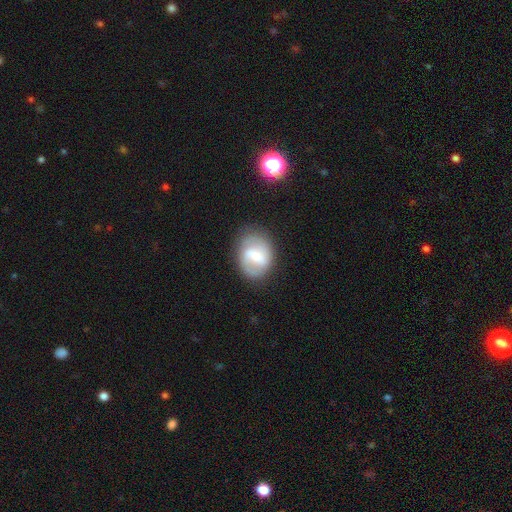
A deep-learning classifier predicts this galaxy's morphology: smooth_or_featured: featured or disk (p=0.60) [alt: smooth p=0.34]
disk_edge_on: no (p=0.97) [alt: yes p=0.03]
bar: weak (p=0.51) [alt: strong p=0.30]
has_spiral_arms: yes (p=0.79) [alt: no p=0.21]
bulge_size: moderate (p=0.41) [alt: small p=0.40]
merging: none (p=0.72) [alt: minor disturbance p=0.18]